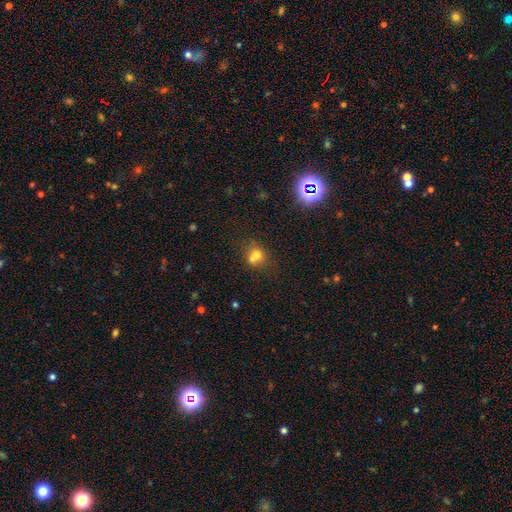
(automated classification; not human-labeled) This appears to be a smooth galaxy with no disk features (67%) that is round (72%). Merging: merger (50%).